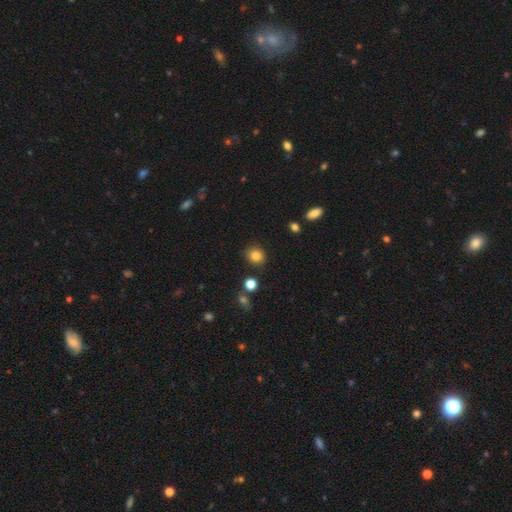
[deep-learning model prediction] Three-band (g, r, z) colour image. It shows a smooth galaxy with no disk features (84%) that is round (85%). Merging: none (87%).